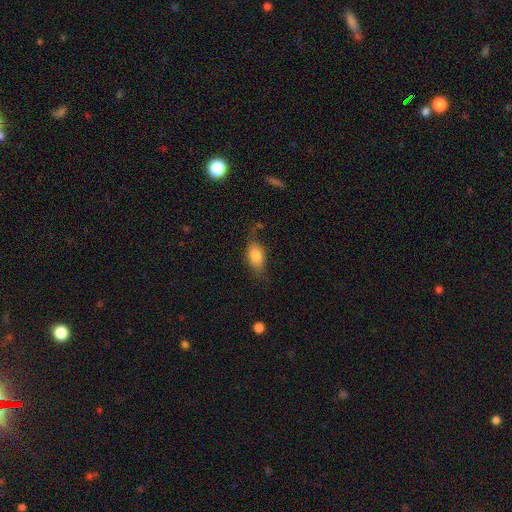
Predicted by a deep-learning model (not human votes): Morphology: type=smooth (78%); roundness=in between (84%); merging=none (64%).